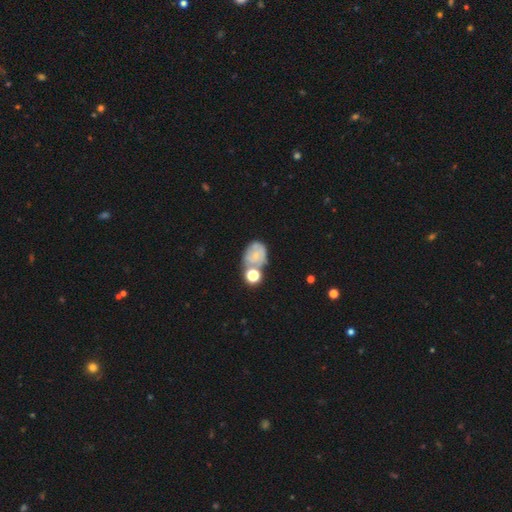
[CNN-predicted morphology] smooth-or-featured: smooth: 49% | featured or disk: 37% | star or artifact: 13%
  merging: none: 40% | merger: 29% | minor disturbance: 20% | major disturbance: 10%